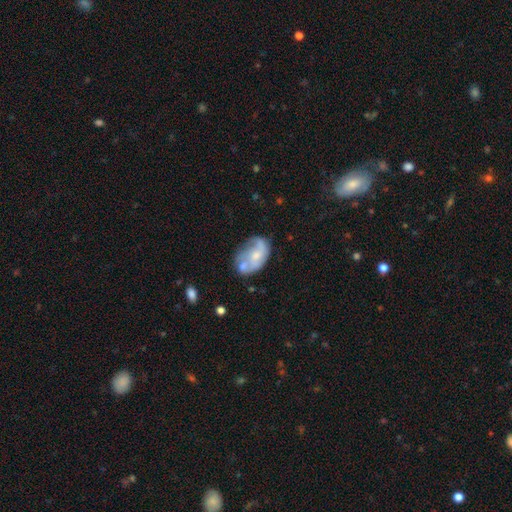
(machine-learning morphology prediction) This is likely a featured or disk galaxy (60%). It is clearly not viewed edge-on (97%). Bar: likely no (72%). Spiral arm pattern: possibly yes (59%). Central bulge: marginally small (43%). Merging: marginally none (34%).